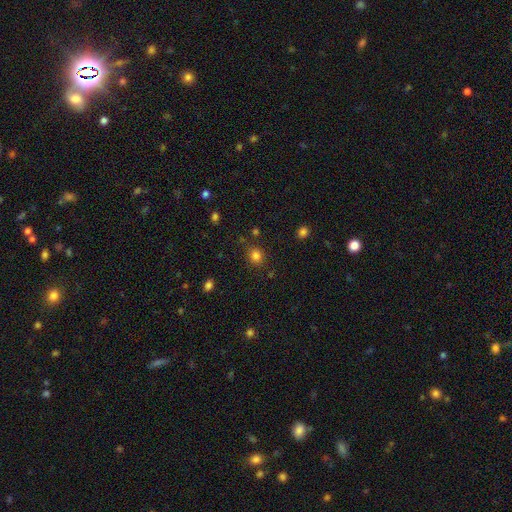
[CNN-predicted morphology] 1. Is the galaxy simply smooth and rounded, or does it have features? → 82% smooth, 13% star or artifact, 5% featured or disk.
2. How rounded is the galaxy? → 78% round, 22% in between, 1% cigar-shaped.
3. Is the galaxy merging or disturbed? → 84% none, 10% minor disturbance, 3% major disturbance, 3% merger.